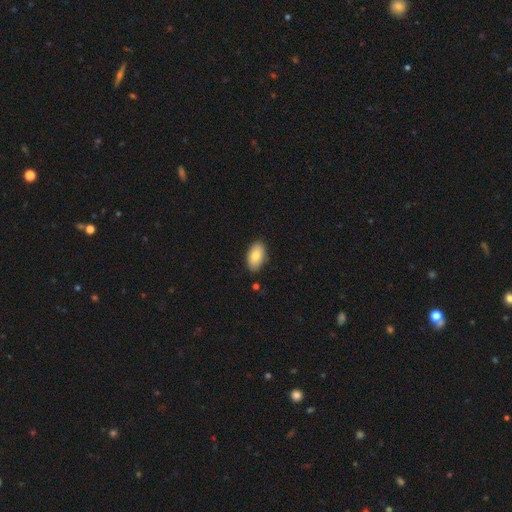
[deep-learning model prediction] The model was most divided on "smooth or featured": smooth: 81%, featured or disk: 12%, star or artifact: 7%. More confident: how rounded — in between (94%); merging — none (86%).